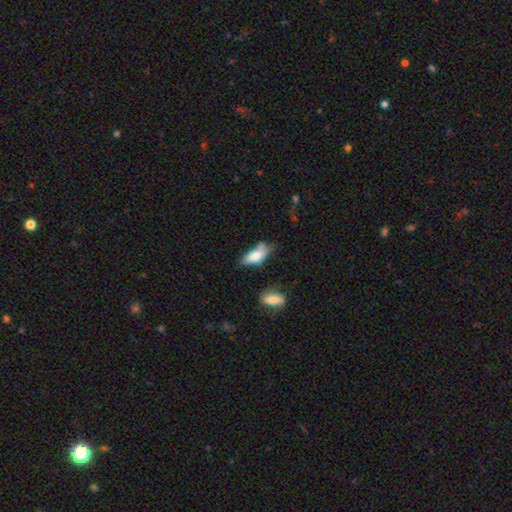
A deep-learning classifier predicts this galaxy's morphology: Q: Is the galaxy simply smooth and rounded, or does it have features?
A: smooth — 74%.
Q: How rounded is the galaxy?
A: in between — 81%.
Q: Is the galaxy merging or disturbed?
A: none — 45%.